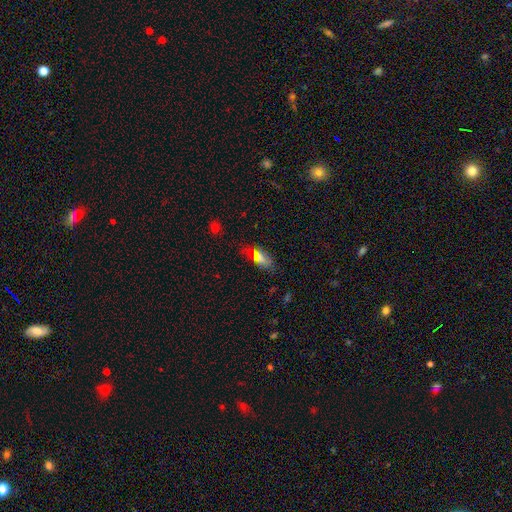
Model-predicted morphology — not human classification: The model was most divided on "smooth or featured": smooth: 63%, star or artifact: 25%, featured or disk: 13%. More confident: how rounded — in between (84%); merging — none (79%).